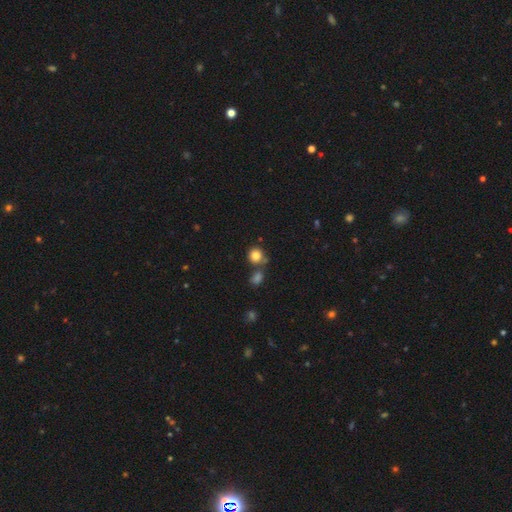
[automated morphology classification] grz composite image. It shows a smooth galaxy with no disk features (82%) that is round (85%). Merging: none (66%).